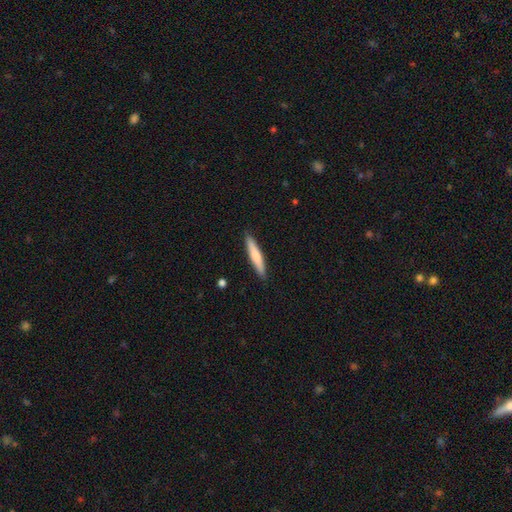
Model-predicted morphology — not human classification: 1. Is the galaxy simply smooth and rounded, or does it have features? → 63% smooth, 32% featured or disk, 5% star or artifact.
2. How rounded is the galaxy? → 92% cigar-shaped, 7% in between, 1% round.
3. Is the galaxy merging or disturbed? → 91% none, 7% minor disturbance, 1% major disturbance, 1% merger.